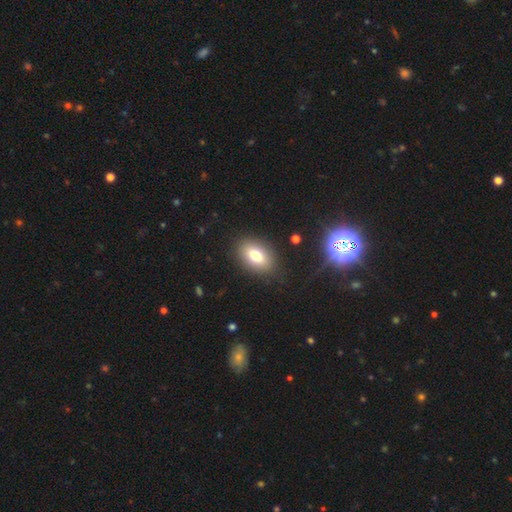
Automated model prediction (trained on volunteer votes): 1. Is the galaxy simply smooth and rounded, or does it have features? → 76% smooth, 14% featured or disk, 10% star or artifact.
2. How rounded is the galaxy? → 86% in between, 12% round, 2% cigar-shaped.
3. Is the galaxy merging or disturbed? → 85% none, 10% minor disturbance, 3% major disturbance, 1% merger.